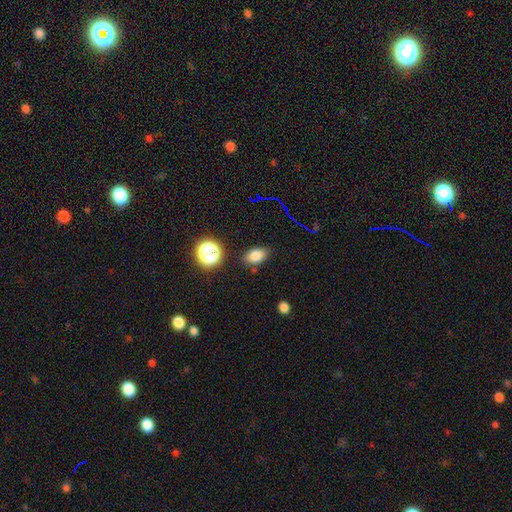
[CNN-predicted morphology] smooth_or_featured: smooth (p=0.78) [alt: star or artifact p=0.14]
how_rounded: in between (p=0.81) [alt: round p=0.17]
merging: none (p=0.82) [alt: minor disturbance p=0.13]